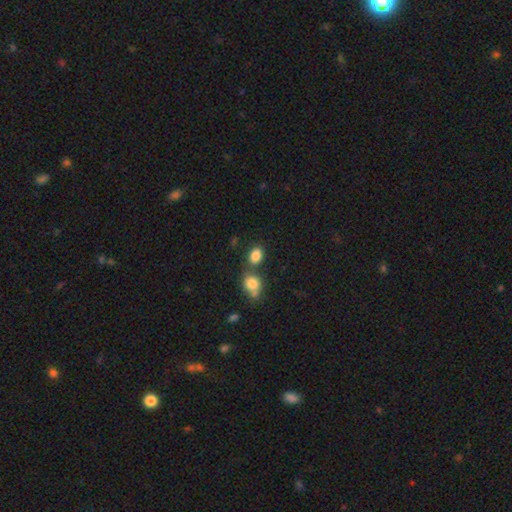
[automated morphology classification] Smooth or featured? smooth (84%)
How rounded? in between (68%)
Merging? none (60%)